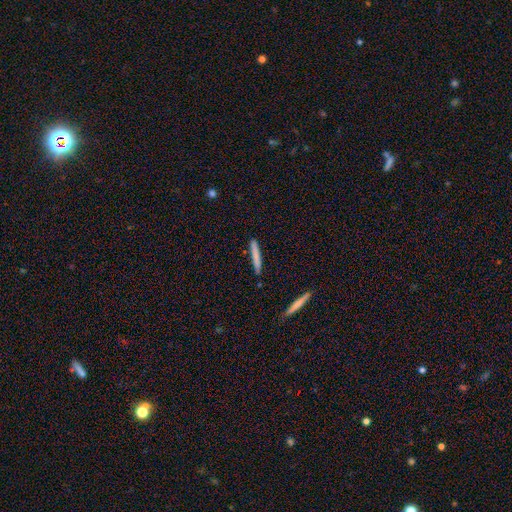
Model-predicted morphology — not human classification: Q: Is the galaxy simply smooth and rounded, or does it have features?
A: smooth — 75%.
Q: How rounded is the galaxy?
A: cigar-shaped — 95%.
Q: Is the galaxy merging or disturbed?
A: none — 88%.